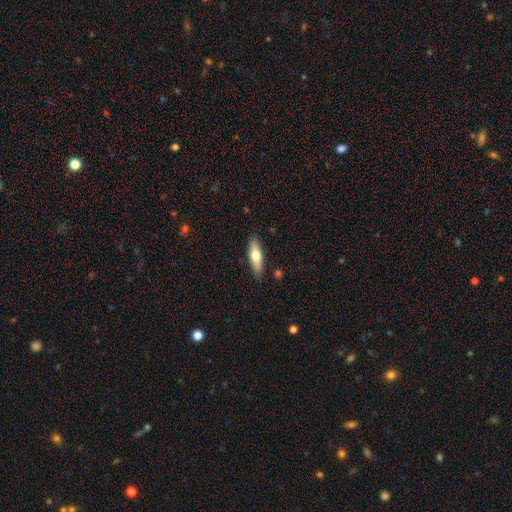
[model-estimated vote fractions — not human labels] smooth_or_featured: smooth (p=0.63) [alt: featured or disk p=0.31]
how_rounded: in between (p=0.49) [alt: cigar-shaped p=0.48]
merging: none (p=0.86) [alt: minor disturbance p=0.11]